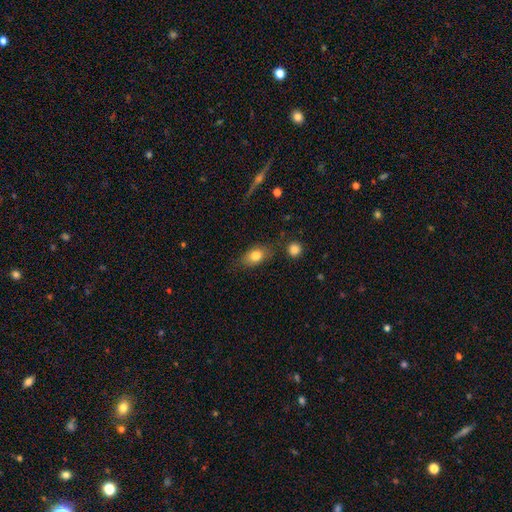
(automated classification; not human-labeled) Overall: smooth (78%). How rounded: in between (78%). Merging: none (73%).